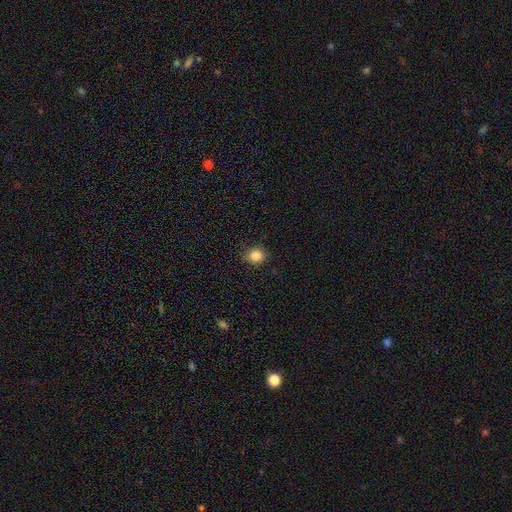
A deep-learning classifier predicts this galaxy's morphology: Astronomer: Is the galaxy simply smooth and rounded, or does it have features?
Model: smooth — 86%.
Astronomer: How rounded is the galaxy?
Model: round — 83%.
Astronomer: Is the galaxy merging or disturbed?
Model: none — 85%.